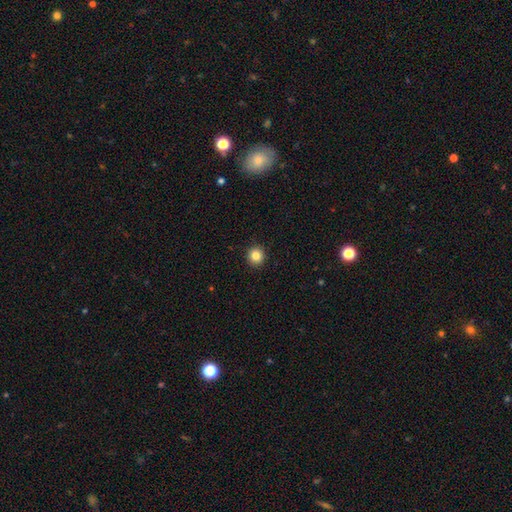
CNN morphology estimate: This appears to be a smooth galaxy with no disk features (84%) that is round (92%). Merging: none (93%).